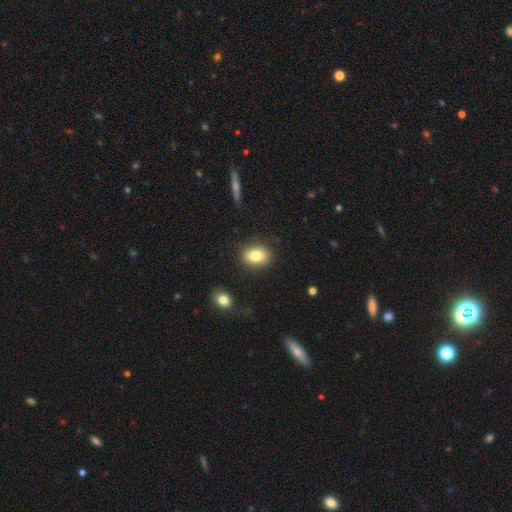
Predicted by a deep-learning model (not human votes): A smooth galaxy with no disk features (83%) that is in between round and cigar-shaped (66%). Merging: none (85%).